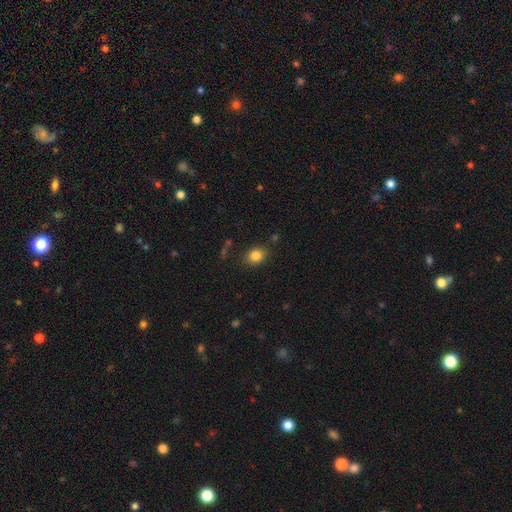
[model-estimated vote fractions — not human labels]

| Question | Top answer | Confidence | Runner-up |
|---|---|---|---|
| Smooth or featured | smooth | 84% | star or artifact (10%) |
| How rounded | round | 52% | in between (47%) |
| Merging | none | 82% | minor disturbance (12%) |